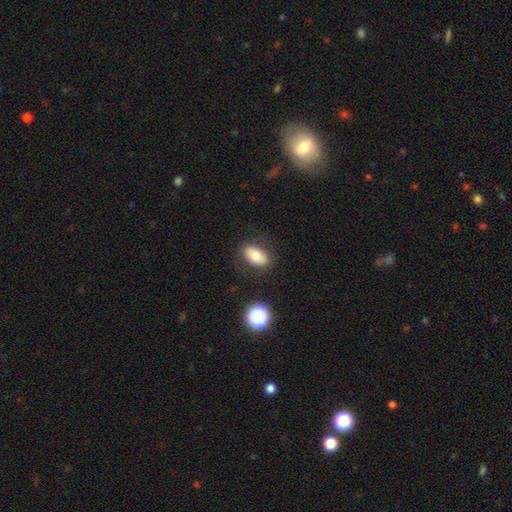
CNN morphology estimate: Smooth or featured: smooth — 71% (featured or disk — 20%)
How rounded: in between — 88% (round — 9%)
Merging: none — 83% (minor disturbance — 11%)